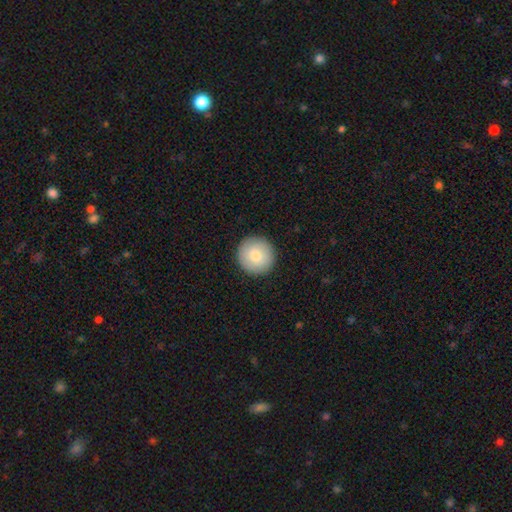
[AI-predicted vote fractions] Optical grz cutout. It shows a smooth galaxy with no disk features (82%) that is round (96%). Merging: none (92%).